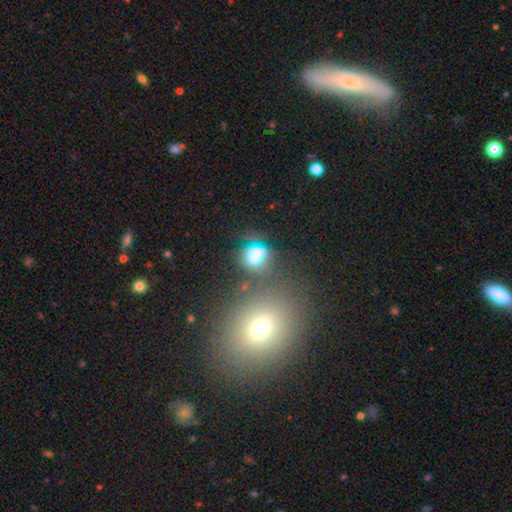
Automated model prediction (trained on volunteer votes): Smooth or featured? Predicted: smooth (p=0.58). How rounded? Predicted: round (p=0.53). Merging? Predicted: none (p=0.52).